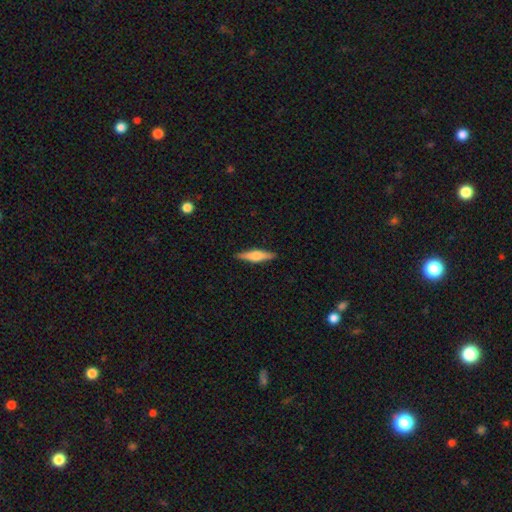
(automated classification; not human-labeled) This is possibly a featured or disk galaxy (51%). It is clearly viewed edge-on (96%). Merging: clearly none (90%).